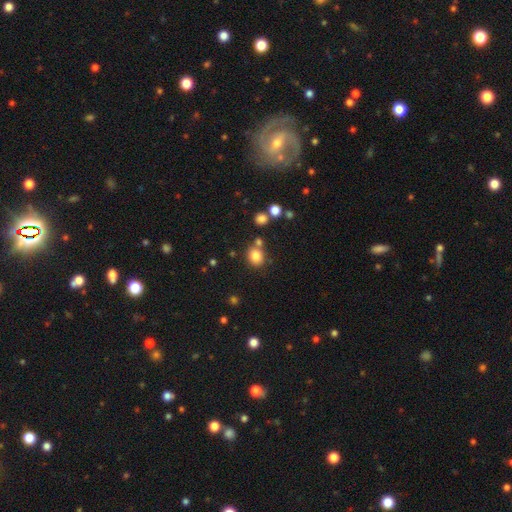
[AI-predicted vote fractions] A smooth galaxy with no disk features (82%) that is round (70%).

Vote fractions:
- Smooth or featured? smooth: 82% / star or artifact: 12% / featured or disk: 7%
- How rounded? round: 70% / in between: 29% / cigar-shaped: 1%
- Merging? none: 71% / merger: 14% / minor disturbance: 12% / major disturbance: 4%